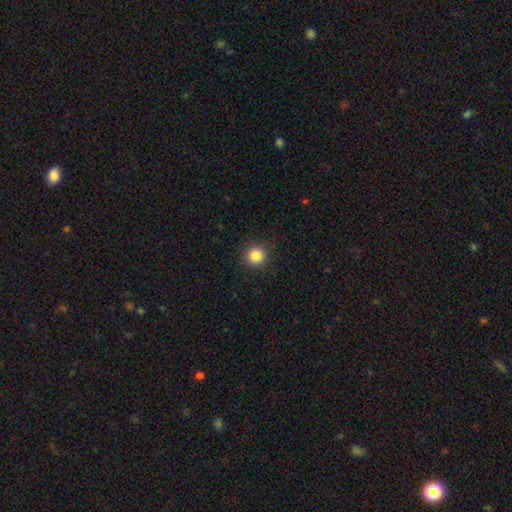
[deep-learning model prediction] Overall: smooth (85%). How rounded: round (93%). Merging: none (91%).